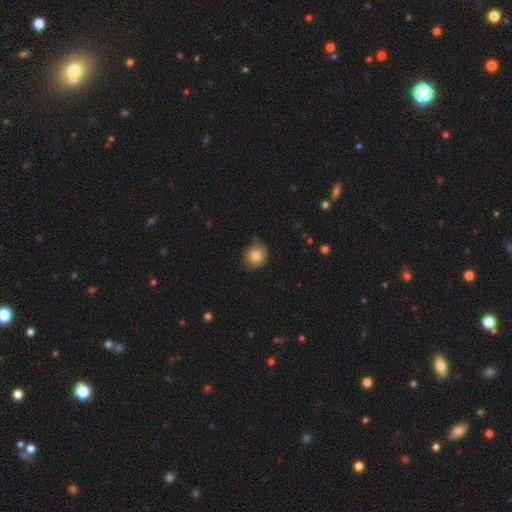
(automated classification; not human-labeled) This is clearly a smooth galaxy (83%). How rounded: clearly round (88%). Merging: clearly none (85%).